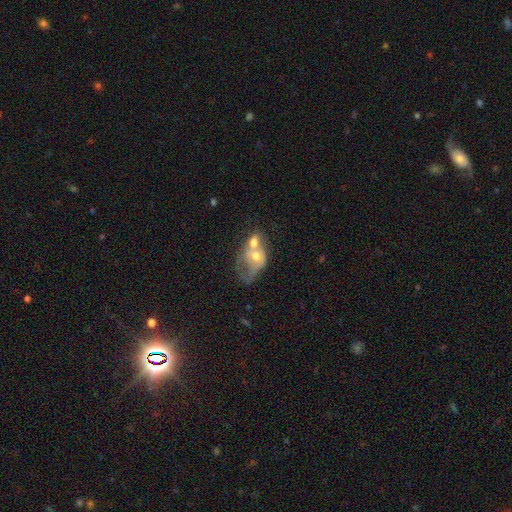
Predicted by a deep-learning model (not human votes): smooth_or_featured: featured or disk (p=0.49) [alt: smooth p=0.41]
merging: merger (p=0.69) [alt: major disturbance p=0.13]